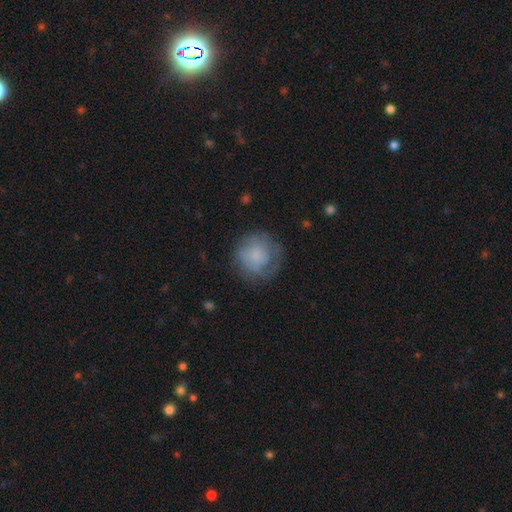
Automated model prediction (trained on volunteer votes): Smooth or featured: smooth — 64% (featured or disk — 28%)
How rounded: round — 90% (in between — 9%)
Merging: none — 66% (minor disturbance — 20%)